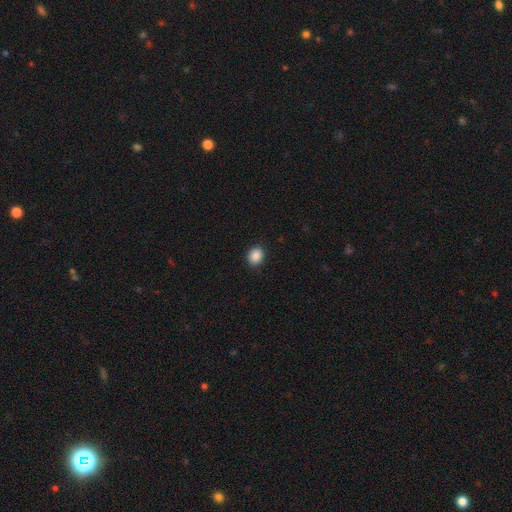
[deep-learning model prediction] smooth-or-featured: smooth: 89% | star or artifact: 9% | featured or disk: 2%
  how-rounded: round: 67% | in between: 32% | cigar-shaped: 1%
  merging: none: 89% | minor disturbance: 8% | major disturbance: 2% | merger: 1%